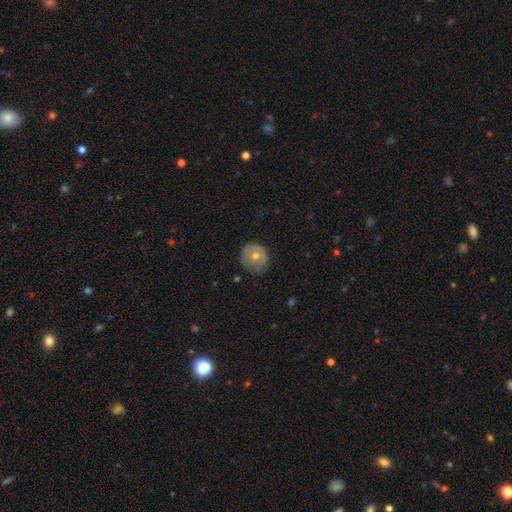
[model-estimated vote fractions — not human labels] This is possibly a smooth galaxy (47%). Merging: likely none (72%).